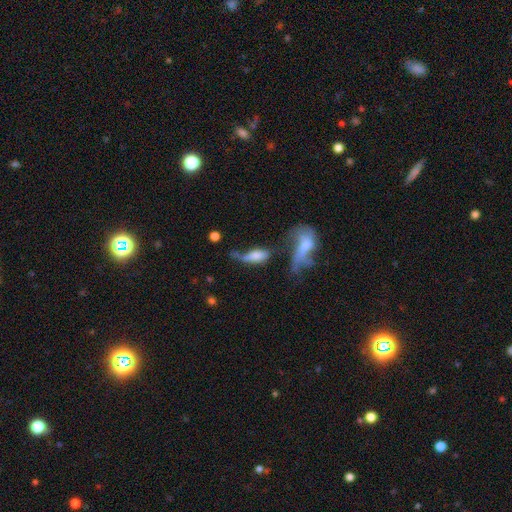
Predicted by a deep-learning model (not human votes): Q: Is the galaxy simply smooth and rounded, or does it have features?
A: smooth — 58%.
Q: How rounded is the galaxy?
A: in between — 71%.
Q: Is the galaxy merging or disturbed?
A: merger — 31%.